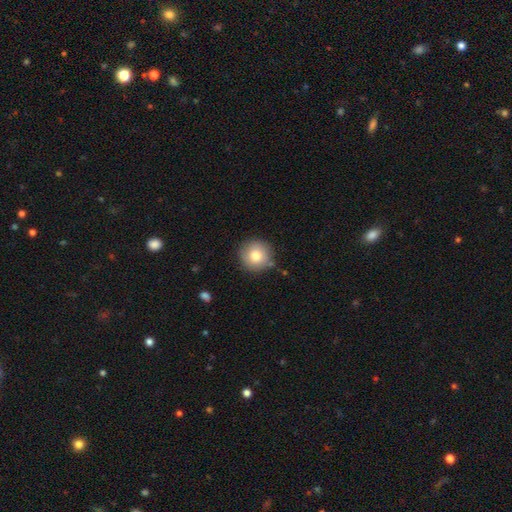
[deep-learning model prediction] Smooth or featured? Predicted: smooth (p=0.80). How rounded? Predicted: round (p=0.94). Merging? Predicted: none (p=0.82).